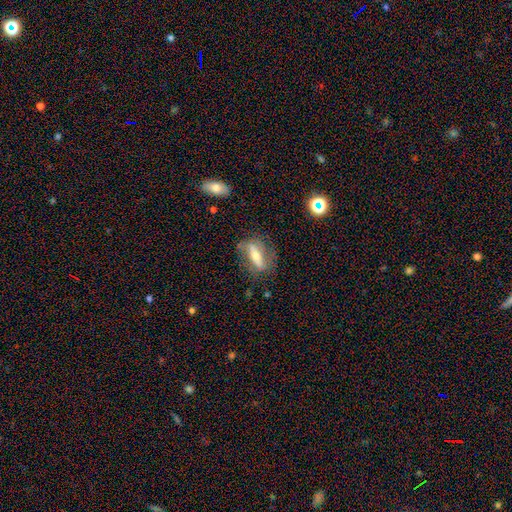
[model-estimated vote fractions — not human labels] featured or disk 53%, smooth 38%, star or artifact 8%. Down the decision tree: edge-on disk — no (59%); merging — none (69%).